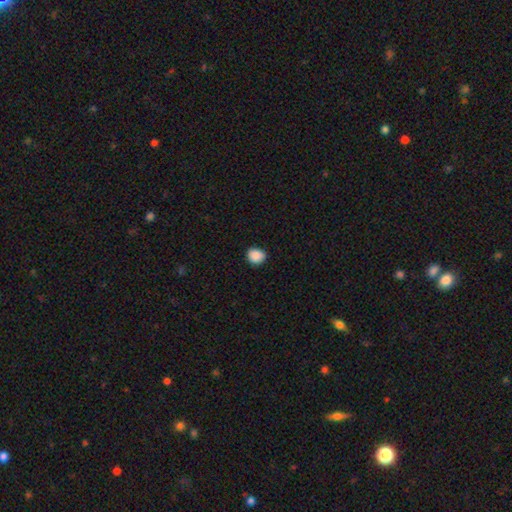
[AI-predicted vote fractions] A smooth galaxy with no disk features (89%) that is round (74%).

Vote fractions:
- Smooth or featured? smooth: 89% / star or artifact: 9% / featured or disk: 3%
- How rounded? round: 74% / in between: 26% / cigar-shaped: 1%
- Merging? none: 87% / minor disturbance: 10% / major disturbance: 2% / merger: 1%